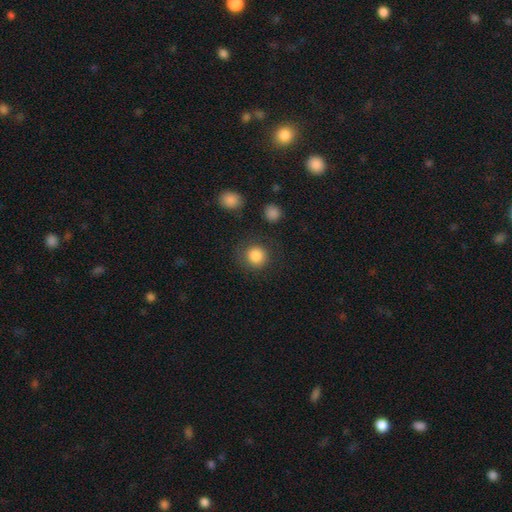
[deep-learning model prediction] This appears to be a smooth galaxy with no disk features (86%) that is round (90%). Merging: none (82%).